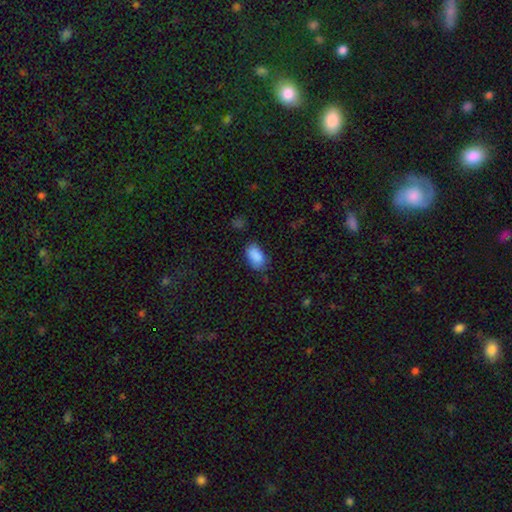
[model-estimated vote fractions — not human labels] This is clearly a smooth galaxy (88%). How rounded: clearly in between (92%). Merging: likely none (69%).